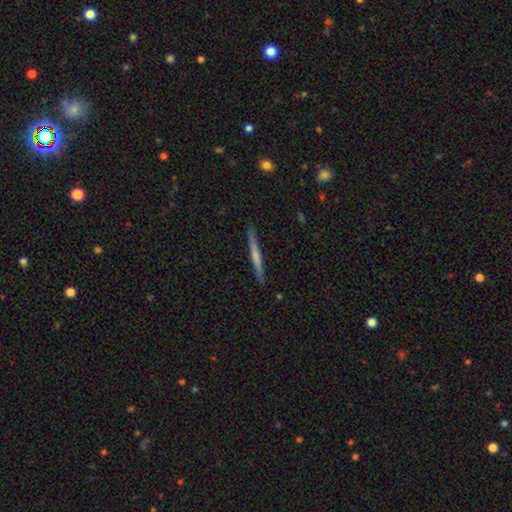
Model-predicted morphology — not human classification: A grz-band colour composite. It shows a smooth galaxy with no disk features (48%). Merging: none (90%).